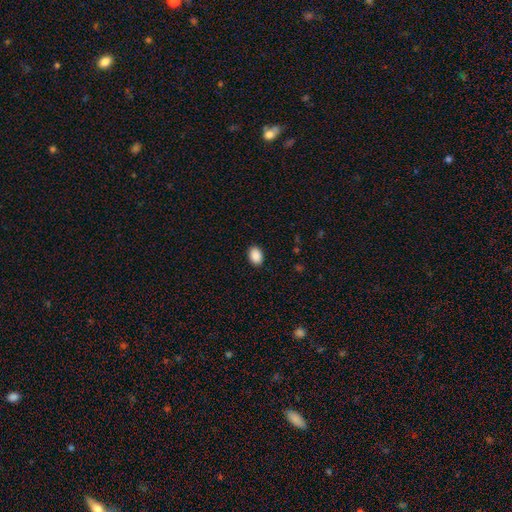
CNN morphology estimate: This is clearly a smooth galaxy (90%). How rounded: likely in between (76%). Merging: clearly none (89%).